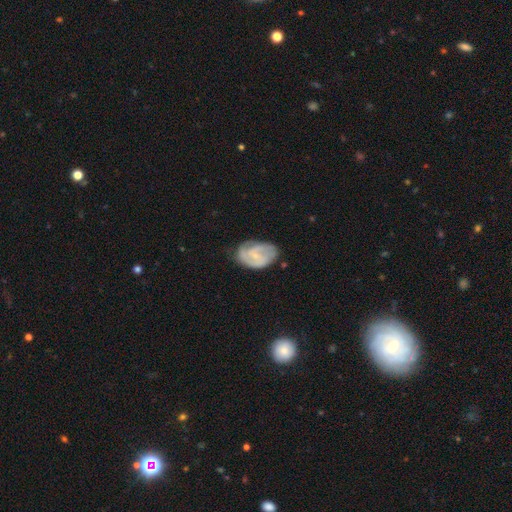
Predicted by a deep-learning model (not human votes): Smooth or featured: featured or disk — 67% (smooth — 27%)
Edge-on disk: no — 97% (yes — 3%)
Bar: no — 49% (weak — 43%)
Spiral arms: yes — 86% (no — 14%)
Spiral winding: tight — 42% (tied with medium — 42%)
Spiral arm count: 2 — 45% (can't tell — 28%)
Bulge size: small — 61% (none — 23%)
Merging: none — 58% (minor disturbance — 29%)